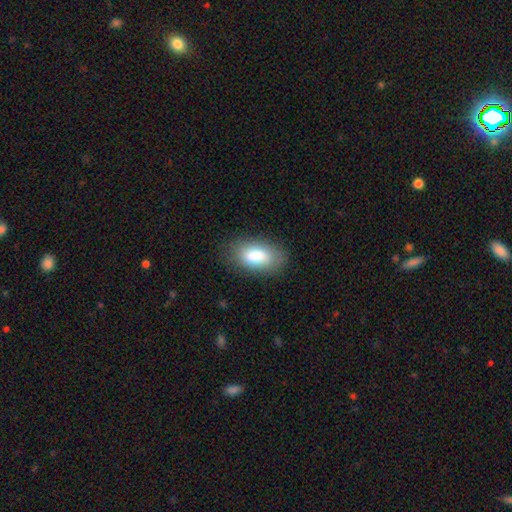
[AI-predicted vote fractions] This appears to be a smooth galaxy with no disk features (80%) that is in between round and cigar-shaped (92%). Merging: none (79%).